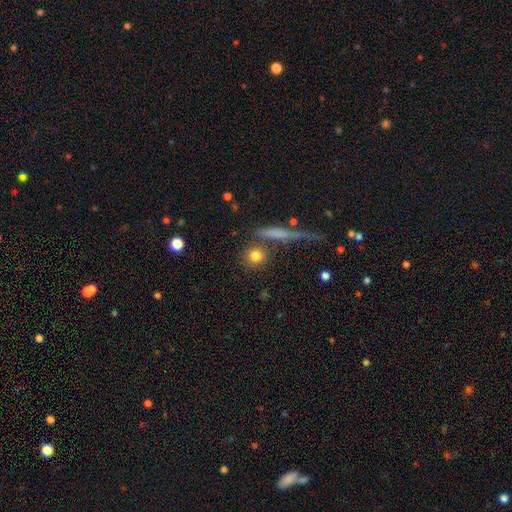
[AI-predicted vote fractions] Q: Smooth or featured?
A: smooth (79%); runner-up: featured or disk (10%)
Q: How rounded?
A: round (85%); runner-up: in between (9%)
Q: Merging?
A: none (77%); runner-up: merger (10%)